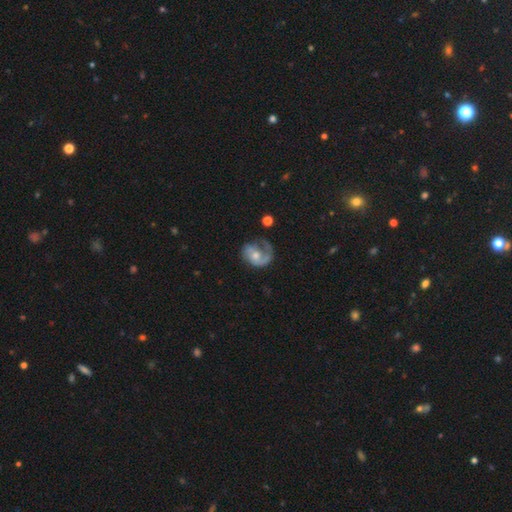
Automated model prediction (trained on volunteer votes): A featured or disk galaxy (69%) with no bar (69%), 1 (60%) medium (39%) spiral arms (84%) and a moderate central bulge (51%). Merging: none (37%, tied with major disturbance).